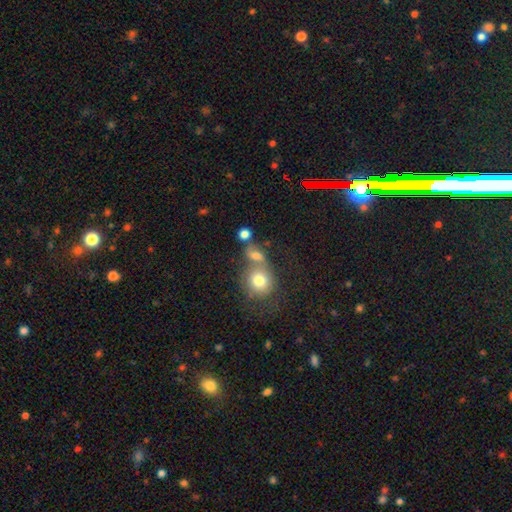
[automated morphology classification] The model was most divided on "merging": merger: 49%, none: 34%, minor disturbance: 10%, major disturbance: 7%. More confident: smooth or featured — smooth (68%); how rounded — round (57%).